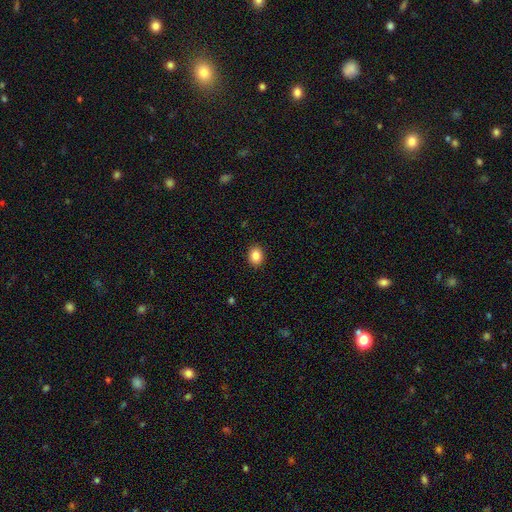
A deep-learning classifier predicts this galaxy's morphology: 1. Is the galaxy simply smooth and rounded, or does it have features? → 87% smooth, 9% star or artifact, 4% featured or disk.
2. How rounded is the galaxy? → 55% in between, 44% round, 1% cigar-shaped.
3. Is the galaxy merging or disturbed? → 90% none, 7% minor disturbance, 2% major disturbance, 1% merger.